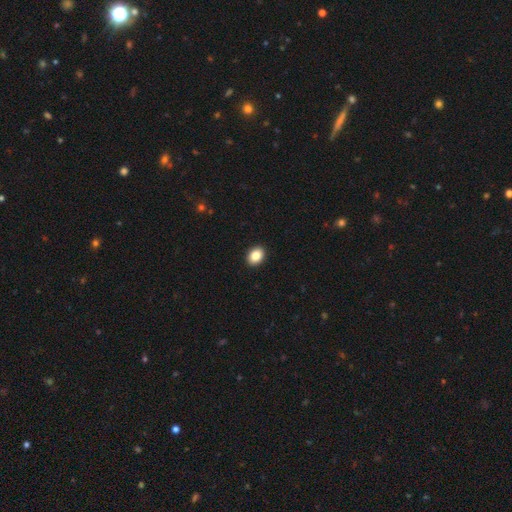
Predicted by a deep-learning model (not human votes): Smooth or featured? smooth (86%)
How rounded? in between (68%)
Merging? none (92%)